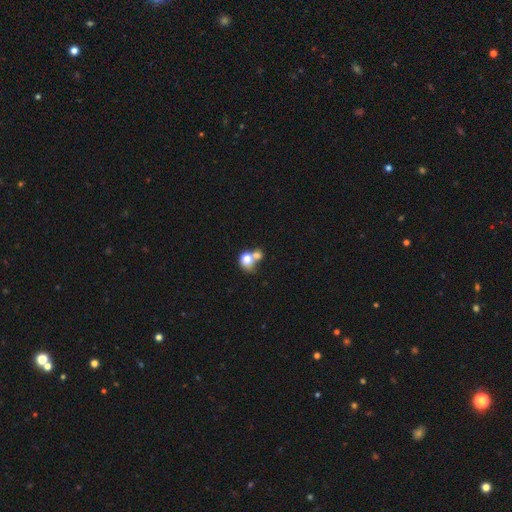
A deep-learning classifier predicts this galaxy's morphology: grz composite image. It shows a smooth galaxy with no disk features (65%) that is round (72%). Merging: merger (47%).